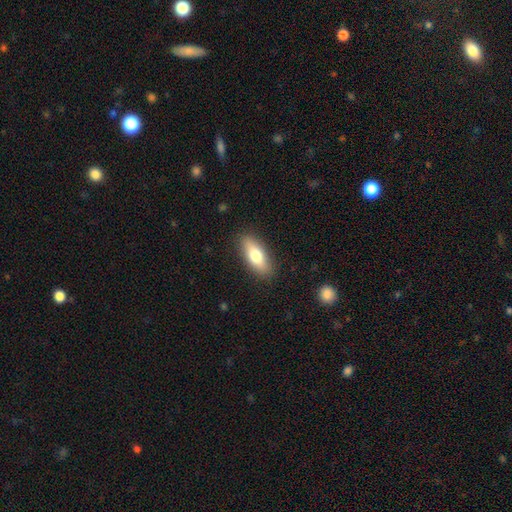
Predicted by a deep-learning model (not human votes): A smooth galaxy with no disk features (74%) that is in between round and cigar-shaped (71%).

Vote fractions:
- Smooth or featured? smooth: 74% / featured or disk: 20% / star or artifact: 6%
- How rounded? in between: 71% / cigar-shaped: 26% / round: 3%
- Merging? none: 87% / minor disturbance: 9% / major disturbance: 2% / merger: 1%